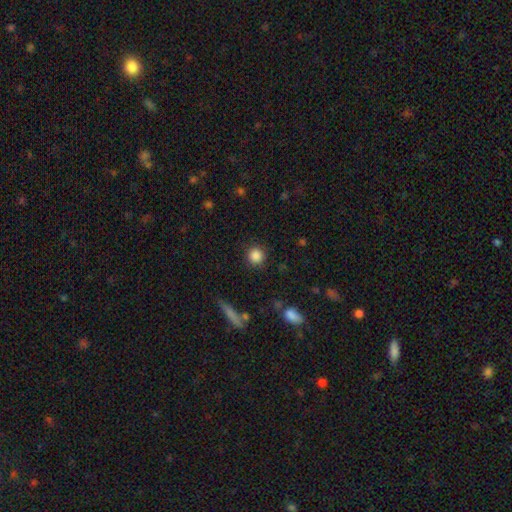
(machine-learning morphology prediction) The model was most divided on "smooth or featured": smooth: 86%, star or artifact: 10%, featured or disk: 4%. More confident: how rounded — round (92%); merging — none (89%).